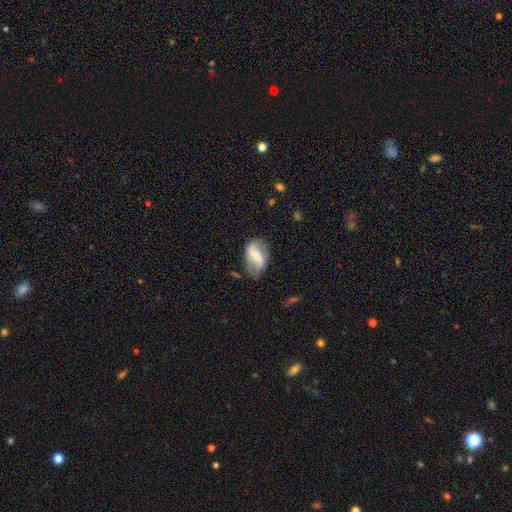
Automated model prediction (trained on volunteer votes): A featured or disk galaxy (66%) with a strong bar (46%), 2 (88%) loose (70%) spiral arms (83%) and a small central bulge (47%).

Vote fractions:
- Smooth or featured? featured or disk: 66% / smooth: 27% / star or artifact: 7%
- Edge-on disk? no: 96% / yes: 4%
- Bar? strong: 46% / weak: 36% / no: 18%
- Spiral arms? yes: 83% / no: 17%
- Spiral winding? loose: 70% / medium: 21% / tight: 9%
- Spiral arm count? 2: 88% / can't tell: 6% / 1: 4% / 3: 1% / 4: 1% / more than 4: 1%
- Bulge size? small: 47% / moderate: 33% / none: 14% / large: 5% / dominant: 2%
- Merging? none: 69% / minor disturbance: 21% / major disturbance: 8% / merger: 2%